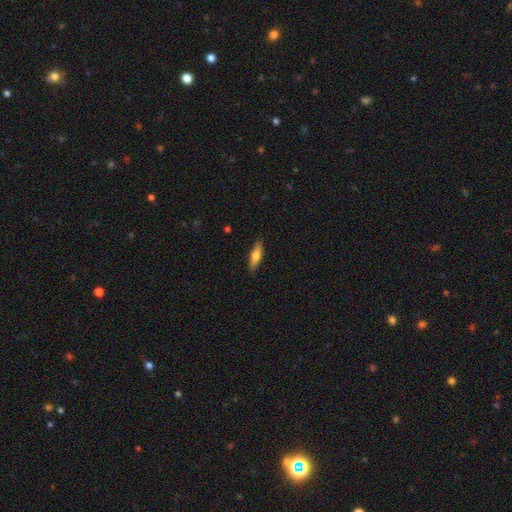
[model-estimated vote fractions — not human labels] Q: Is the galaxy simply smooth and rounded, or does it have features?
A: smooth — 63%.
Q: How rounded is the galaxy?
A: cigar-shaped — 62%.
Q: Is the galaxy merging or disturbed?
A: none — 88%.